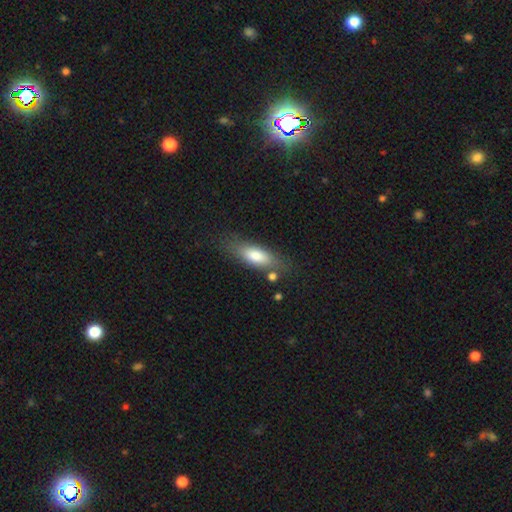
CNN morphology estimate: A smooth galaxy with no disk features (75%) that is in between round and cigar-shaped (63%). Merging: none (74%).